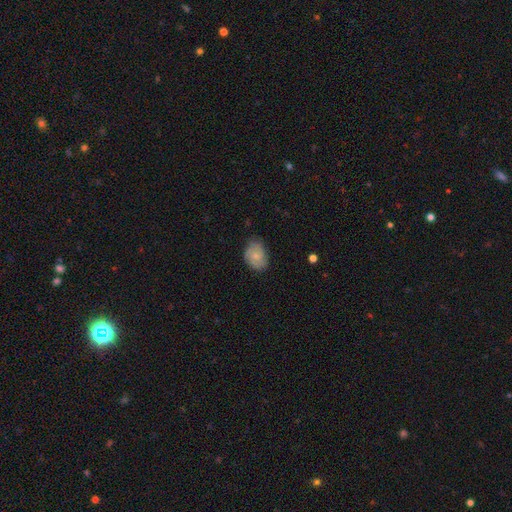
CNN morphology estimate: Smooth or featured?
  - smooth: 60% *
  - featured or disk: 33%
  - star or artifact: 7%
How rounded?
  - in between: 71% *
  - round: 28%
  - cigar-shaped: 1%
Merging?
  - none: 70% *
  - minor disturbance: 24%
  - major disturbance: 5%
  - merger: 1%